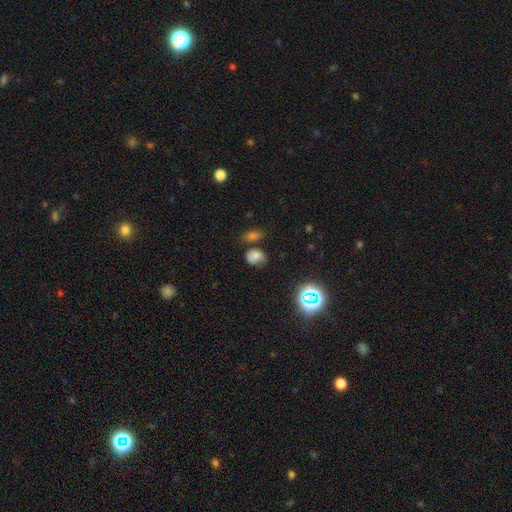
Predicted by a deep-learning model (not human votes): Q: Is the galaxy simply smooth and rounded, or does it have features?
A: smooth — 69%.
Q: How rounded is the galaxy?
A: round — 51%.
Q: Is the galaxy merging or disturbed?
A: none — 54%.